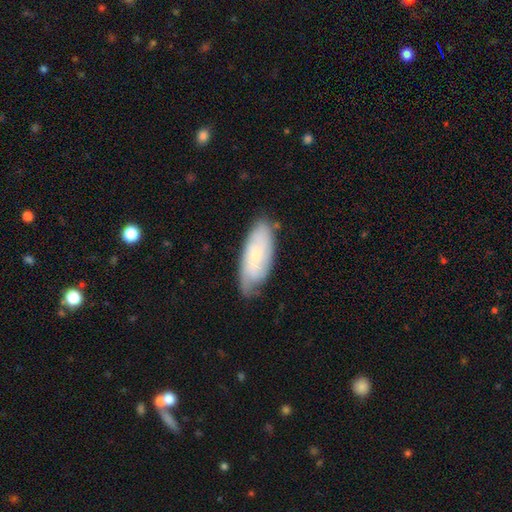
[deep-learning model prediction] This appears to be a featured or disk galaxy (50%). Merging: none (70%).